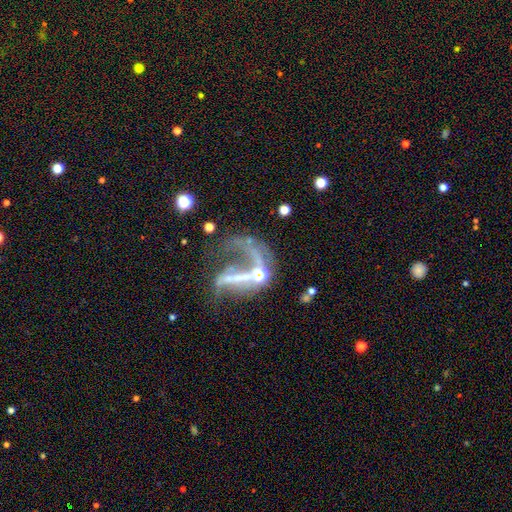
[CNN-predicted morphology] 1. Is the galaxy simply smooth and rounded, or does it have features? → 67% featured or disk, 18% star or artifact, 15% smooth.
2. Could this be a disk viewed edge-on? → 89% no, 11% yes.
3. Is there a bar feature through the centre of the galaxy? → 45% no, 33% strong, 22% weak.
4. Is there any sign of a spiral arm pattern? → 51% no, 49% yes.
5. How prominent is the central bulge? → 44% none, 29% small, 20% moderate, 4% large, 3% dominant.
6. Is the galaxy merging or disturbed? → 41% major disturbance, 26% merger, 22% none, 10% minor disturbance.